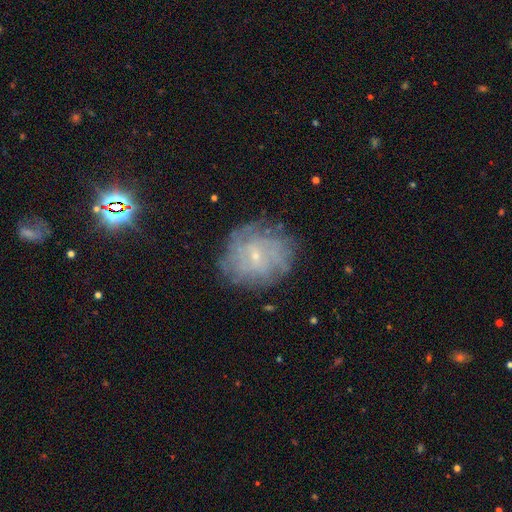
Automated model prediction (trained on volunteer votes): Smooth or featured? Predicted: featured or disk (p=0.62). Edge-on disk? Predicted: no (p=0.97). Bar? Predicted: no (p=0.61). Spiral arms? Predicted: yes (p=0.76). Bulge size? Predicted: small (p=0.82). Merging? Predicted: none (p=0.76).